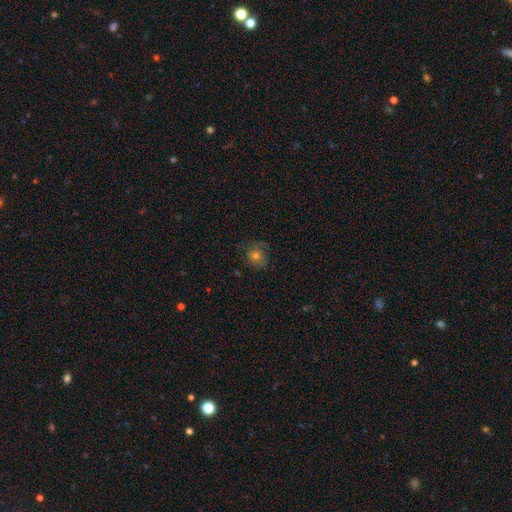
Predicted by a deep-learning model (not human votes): Q: Smooth or featured?
A: smooth (69%); runner-up: featured or disk (16%)
Q: How rounded?
A: round (79%); runner-up: in between (20%)
Q: Merging?
A: none (70%); runner-up: minor disturbance (21%)